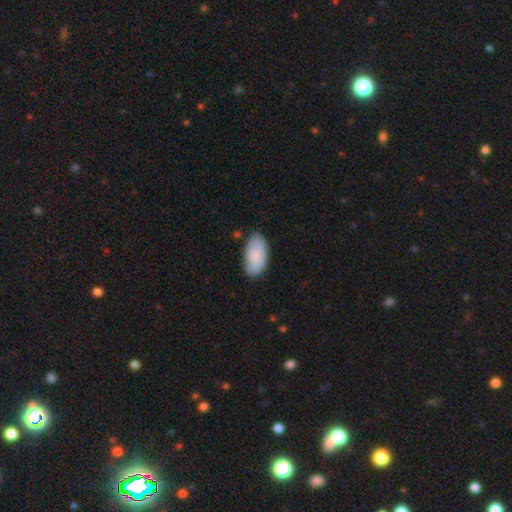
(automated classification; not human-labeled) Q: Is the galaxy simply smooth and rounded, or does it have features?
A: smooth — 85%.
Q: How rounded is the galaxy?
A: in between — 95%.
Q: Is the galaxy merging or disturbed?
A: none — 76%.